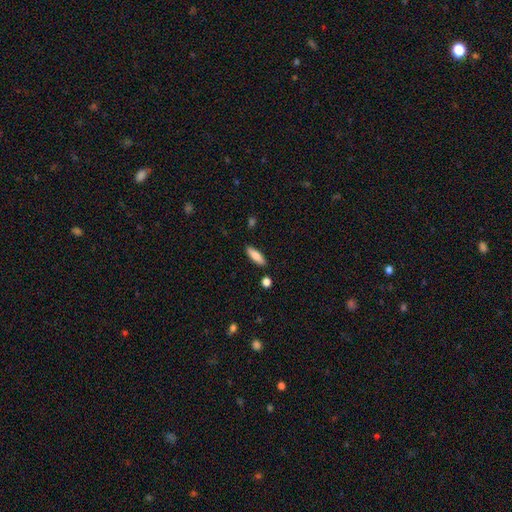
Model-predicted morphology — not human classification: A smooth galaxy with no disk features (82%) that is in between round and cigar-shaped (51%). Merging: none (86%).